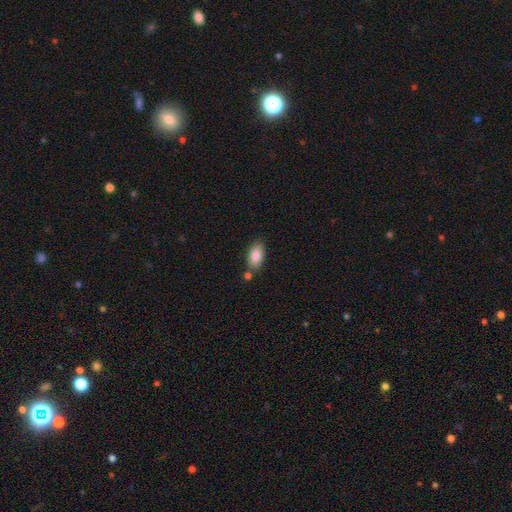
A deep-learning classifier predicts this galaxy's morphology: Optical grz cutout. It shows a smooth galaxy with no disk features (85%) that is in between round and cigar-shaped (92%). Merging: none (71%).